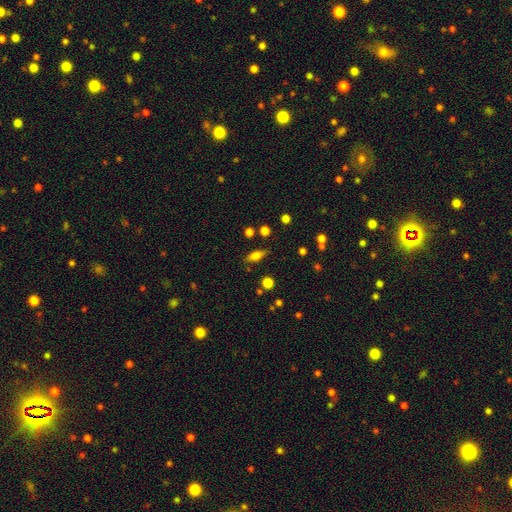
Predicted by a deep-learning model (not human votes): The model was most divided on "how rounded": in between: 64%, cigar-shaped: 29%, round: 8%. More confident: merging — none (79%); smooth or featured — smooth (64%).